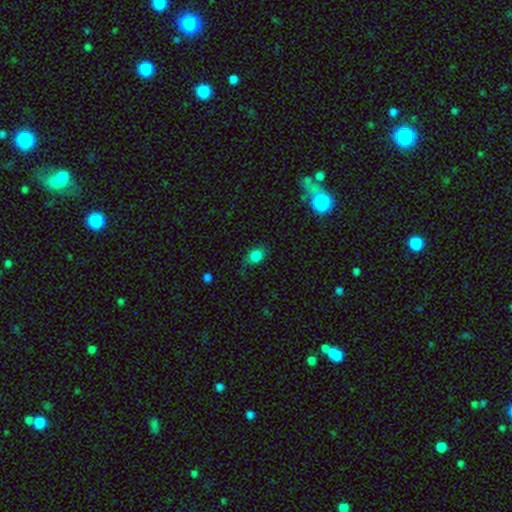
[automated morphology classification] Q: Smooth or featured?
A: smooth (81%); runner-up: star or artifact (10%)
Q: How rounded?
A: in between (53%); runner-up: round (46%)
Q: Merging?
A: none (60%); runner-up: minor disturbance (27%)